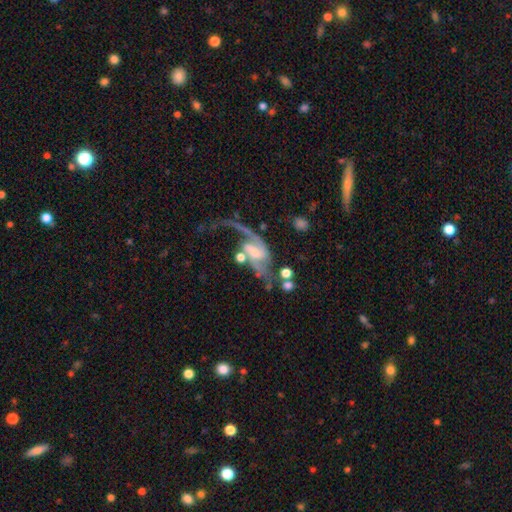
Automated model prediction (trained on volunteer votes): A featured or disk galaxy (87%) with a weak bar (47%), 2 (79%) loose (64%) spiral arms (95%) and a small central bulge (43%).

Vote fractions:
- Smooth or featured? featured or disk: 87% / smooth: 7% / star or artifact: 6%
- Edge-on disk? no: 97% / yes: 3%
- Bar? weak: 47% / no: 29% / strong: 23%
- Spiral arms? yes: 95% / no: 5%
- Spiral winding? loose: 64% / medium: 29% / tight: 7%
- Spiral arm count? 2: 79% / 1: 14% / can't tell: 3% / 3: 2% / 4: 1% / more than 4: 1%
- Bulge size? small: 43% / moderate: 31% / none: 18% / large: 6% / dominant: 2%
- Merging? none: 36% / major disturbance: 32% / merger: 16% / minor disturbance: 15%